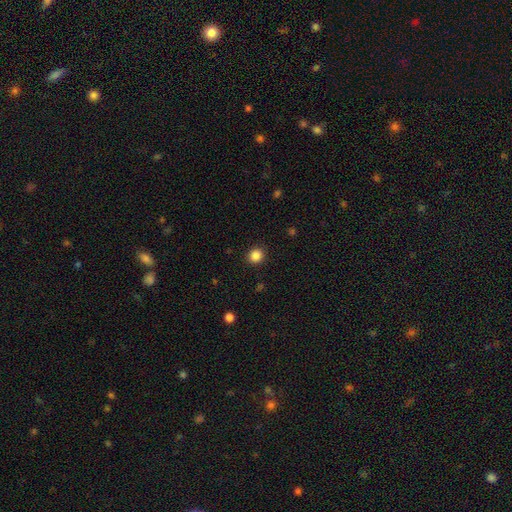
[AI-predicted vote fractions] A smooth galaxy with no disk features (86%) that is round (87%).

Vote fractions:
- Smooth or featured? smooth: 86% / star or artifact: 11% / featured or disk: 3%
- How rounded? round: 87% / in between: 12% / cigar-shaped: 1%
- Merging? none: 91% / minor disturbance: 6% / major disturbance: 2% / merger: 1%